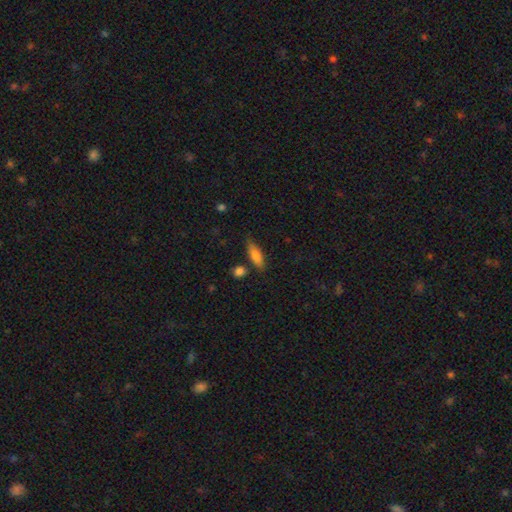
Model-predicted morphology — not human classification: Overall: smooth (77%). How rounded: in between (57%; cigar-shaped 40%). Merging: none (75%).